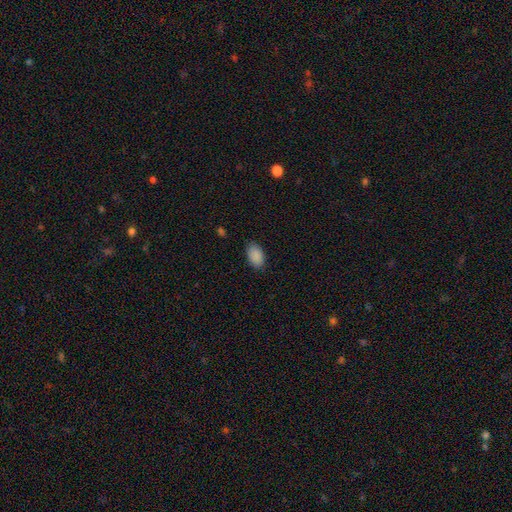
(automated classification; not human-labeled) smooth_or_featured: smooth (p=0.90) [alt: star or artifact p=0.07]
how_rounded: in between (p=0.92) [alt: round p=0.07]
merging: none (p=0.85) [alt: minor disturbance p=0.11]